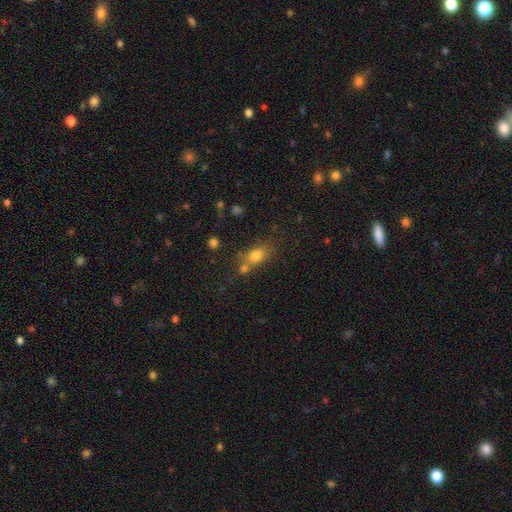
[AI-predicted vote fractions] Smooth or featured?
  - smooth: 76% *
  - star or artifact: 13%
  - featured or disk: 11%
How rounded?
  - in between: 69% *
  - round: 25%
  - cigar-shaped: 6%
Merging?
  - none: 53% *
  - merger: 26%
  - minor disturbance: 15%
  - major disturbance: 6%